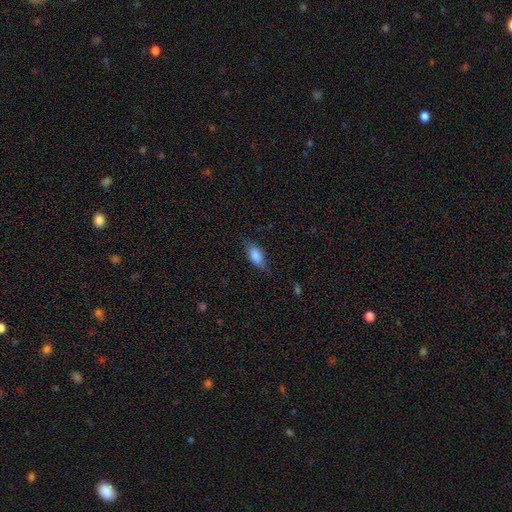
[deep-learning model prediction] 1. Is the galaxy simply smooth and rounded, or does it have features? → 81% smooth, 12% featured or disk, 7% star or artifact.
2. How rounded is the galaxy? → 84% in between, 13% cigar-shaped, 3% round.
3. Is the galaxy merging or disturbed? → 67% none, 25% minor disturbance, 6% major disturbance, 1% merger.